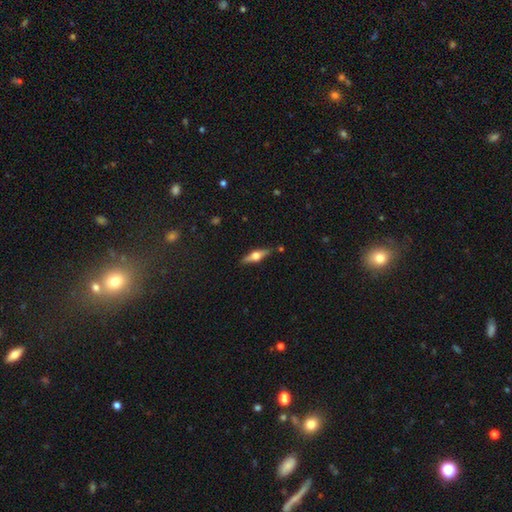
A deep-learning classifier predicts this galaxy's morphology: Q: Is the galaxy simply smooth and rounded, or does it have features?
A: featured or disk — 67%.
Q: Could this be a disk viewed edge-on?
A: yes — 96%.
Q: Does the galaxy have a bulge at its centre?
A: rounded — 94%.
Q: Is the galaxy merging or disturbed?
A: none — 87%.